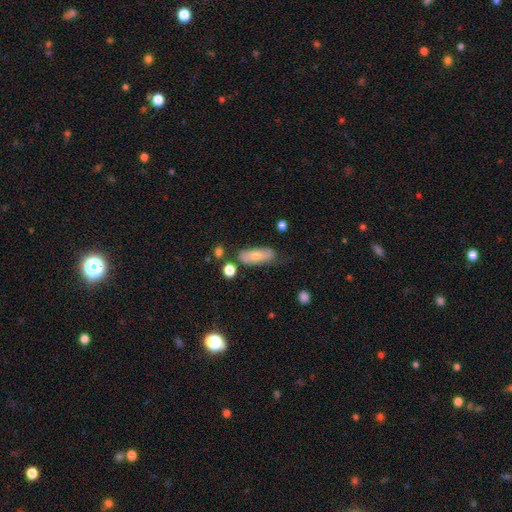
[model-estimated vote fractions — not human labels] Morphology: type=smooth (67%); roundness=in between (70%); merging=none (62%).